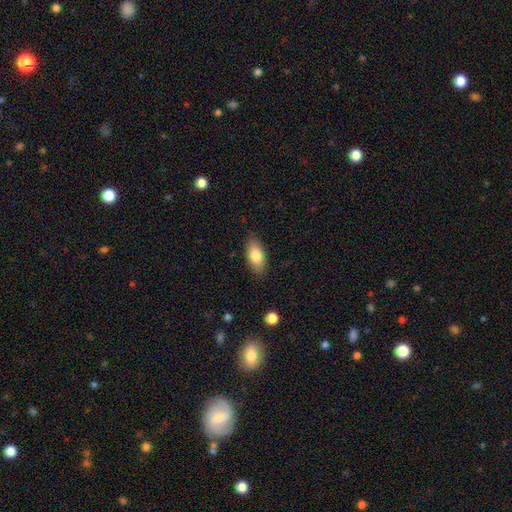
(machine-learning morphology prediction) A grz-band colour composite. It shows a smooth galaxy with no disk features (80%) that is in between round and cigar-shaped (88%). Merging: none (85%).